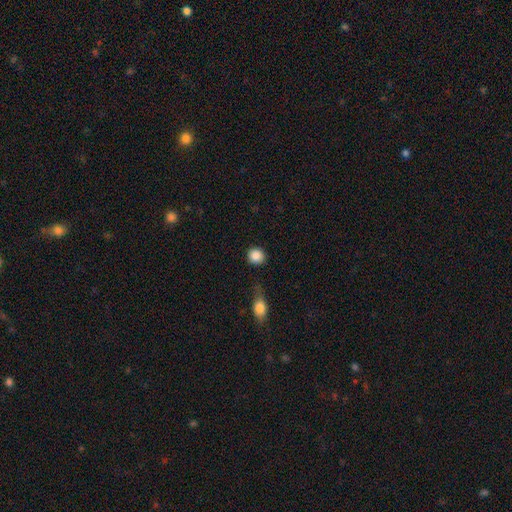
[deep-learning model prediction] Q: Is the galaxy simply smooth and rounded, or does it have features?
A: smooth — 88%.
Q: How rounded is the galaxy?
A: round — 88%.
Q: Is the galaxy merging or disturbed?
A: none — 85%.